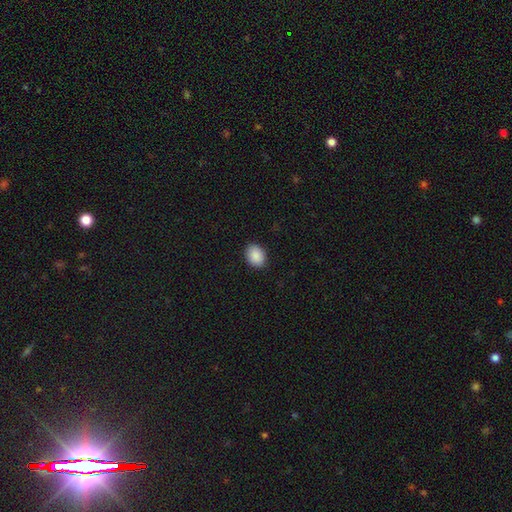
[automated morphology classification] The model was most divided on "how rounded": in between: 63%, round: 36%, cigar-shaped: 1%. More confident: smooth or featured — smooth (90%); merging — none (89%).